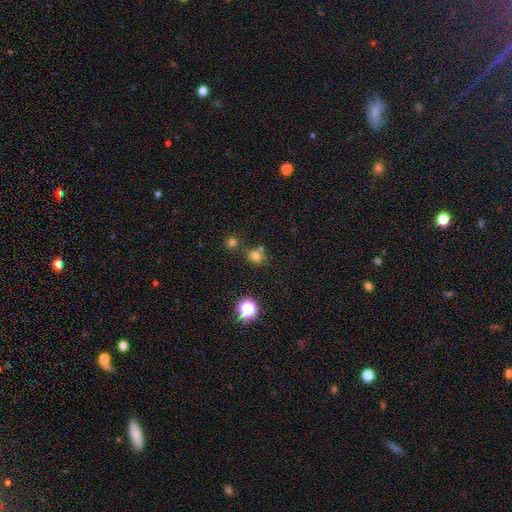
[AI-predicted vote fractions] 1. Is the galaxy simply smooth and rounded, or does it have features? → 71% smooth, 21% star or artifact, 8% featured or disk.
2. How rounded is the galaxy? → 78% round, 21% in between, 1% cigar-shaped.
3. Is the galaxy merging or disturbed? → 63% none, 21% merger, 12% minor disturbance, 4% major disturbance.